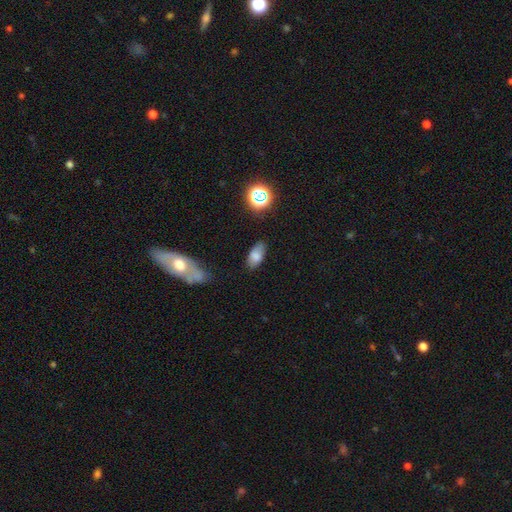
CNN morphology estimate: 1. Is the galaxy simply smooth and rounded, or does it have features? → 77% smooth, 12% featured or disk, 11% star or artifact.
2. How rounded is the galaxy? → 91% in between, 5% cigar-shaped, 4% round.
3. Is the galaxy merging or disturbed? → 75% none, 18% minor disturbance, 4% major disturbance, 3% merger.